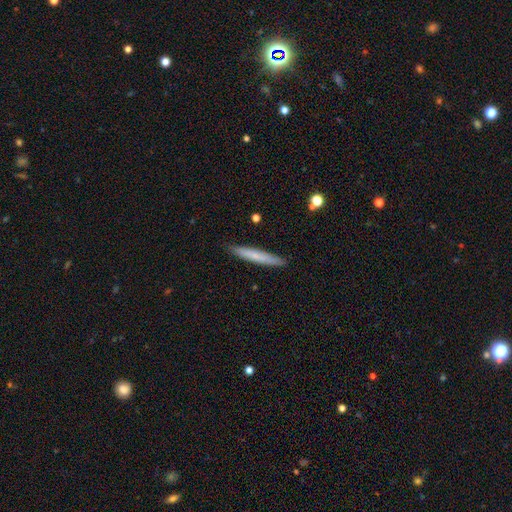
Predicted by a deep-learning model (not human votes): Smooth or featured? smooth (66%)
How rounded? cigar-shaped (96%)
Merging? none (90%)